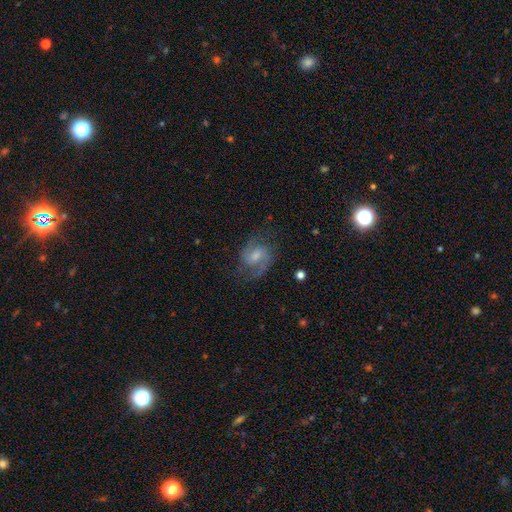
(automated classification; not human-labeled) smooth_or_featured: featured or disk (p=0.83) [alt: smooth p=0.09]
disk_edge_on: no (p=0.98) [alt: yes p=0.02]
bar: weak (p=0.51) [alt: no p=0.38]
has_spiral_arms: yes (p=0.97) [alt: no p=0.03]
spiral_winding: medium (p=0.57) [alt: loose p=0.22]
spiral_arm_count: 2 (p=0.89) [alt: can't tell p=0.04]
bulge_size: moderate (p=0.44) [alt: small p=0.43]
merging: none (p=0.77) [alt: minor disturbance p=0.14]